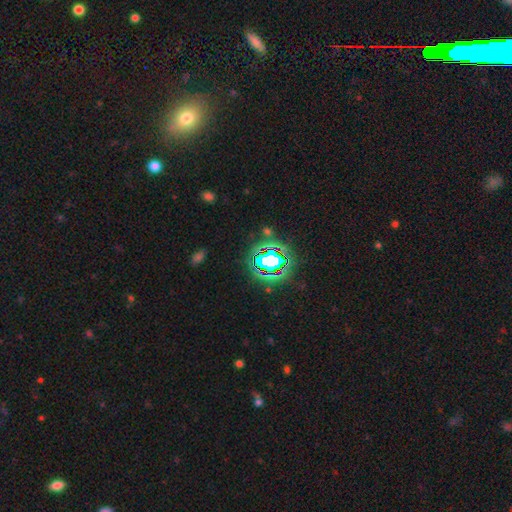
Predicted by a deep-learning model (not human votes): Smooth or featured? star or artifact (79%)